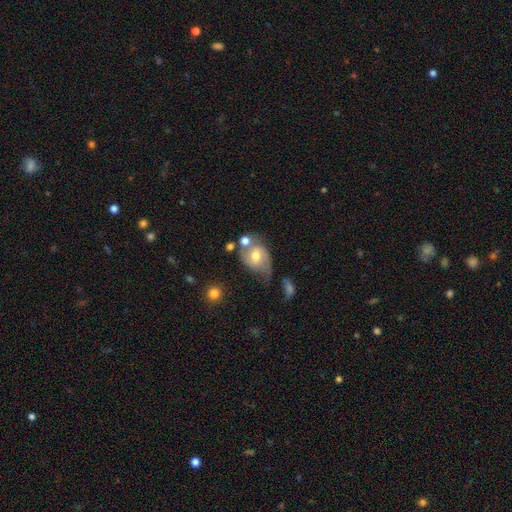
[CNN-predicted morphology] Q: Smooth or featured?
A: featured or disk (52%); runner-up: smooth (39%)
Q: Edge-on disk?
A: no (95%); runner-up: yes (5%)
Q: Merging?
A: none (38%); runner-up: minor disturbance (25%)